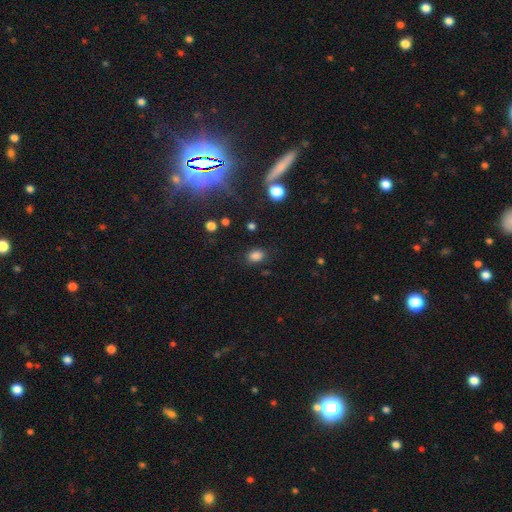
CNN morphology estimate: Smooth or featured: smooth — 82% (star or artifact — 13%)
How rounded: in between — 67% (round — 32%)
Merging: none — 82% (minor disturbance — 12%)